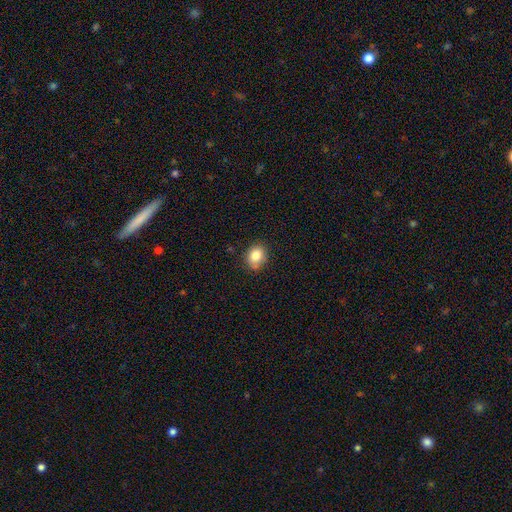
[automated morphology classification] Smooth or featured? smooth (83%)
How rounded? round (54%)
Merging? none (75%)